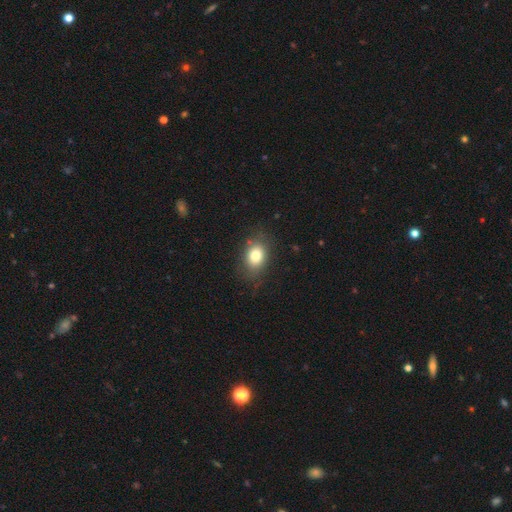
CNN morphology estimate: Overall: smooth (80%). How rounded: in between (72%). Merging: none (78%).